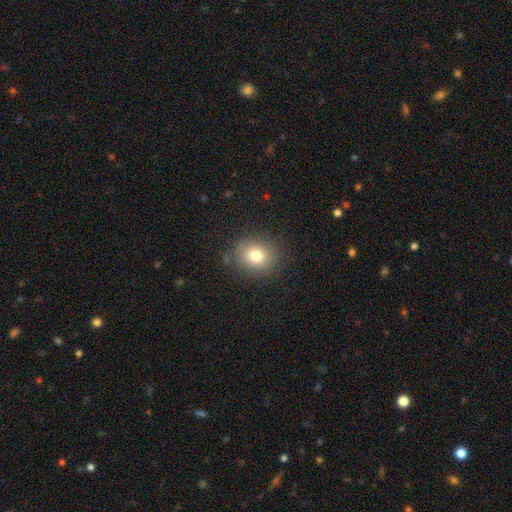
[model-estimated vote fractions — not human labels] A smooth galaxy with no disk features (78%) that is round (71%). Merging: none (83%).